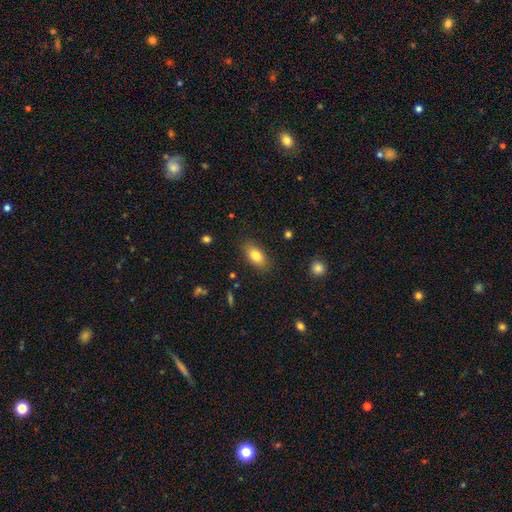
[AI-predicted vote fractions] This appears to be a smooth galaxy with no disk features (81%) that is in between round and cigar-shaped (88%). Merging: none (85%).